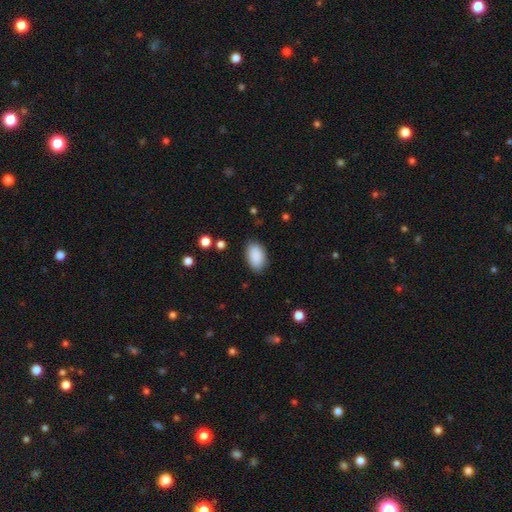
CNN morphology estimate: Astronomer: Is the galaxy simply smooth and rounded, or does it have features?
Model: smooth — 90%.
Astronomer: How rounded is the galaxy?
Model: in between — 93%.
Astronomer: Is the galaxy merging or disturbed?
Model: none — 84%.